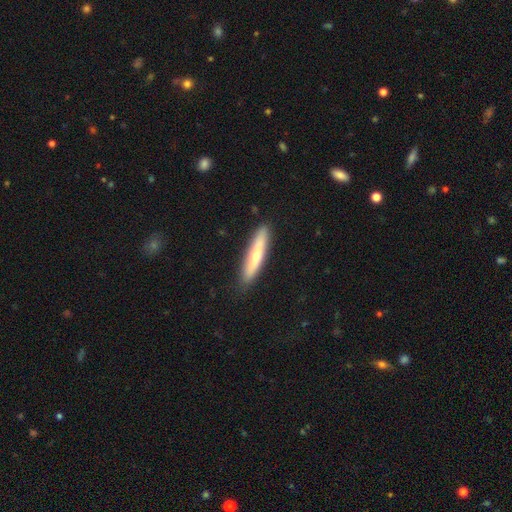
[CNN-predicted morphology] A smooth galaxy with no disk features (52%) that is cigar-shaped (91%).

Vote fractions:
- Smooth or featured? smooth: 52% / featured or disk: 40% / star or artifact: 7%
- How rounded? cigar-shaped: 91% / in between: 8% / round: 1%
- Merging? none: 88% / minor disturbance: 9% / major disturbance: 2% / merger: 1%